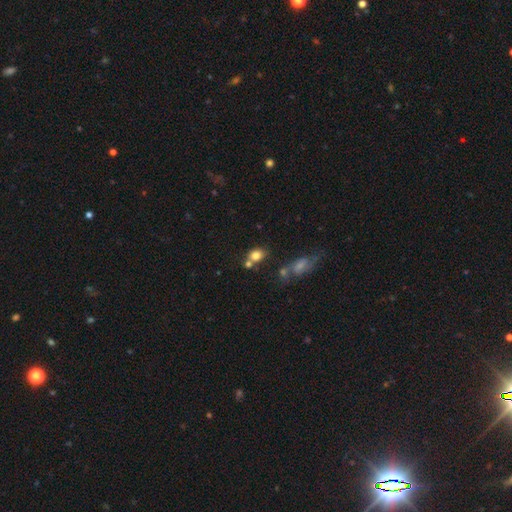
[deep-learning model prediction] Morphology: type=smooth (78%); roundness=round (50%); merging=none (51%).